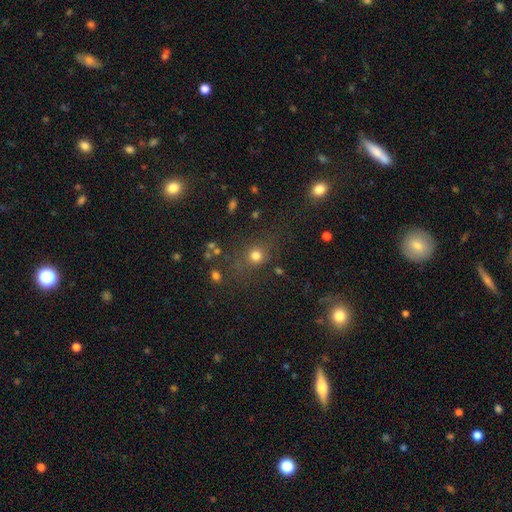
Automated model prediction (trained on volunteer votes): Smooth or featured?
  - smooth: 73% *
  - star or artifact: 19%
  - featured or disk: 9%
How rounded?
  - round: 82% *
  - in between: 16%
  - cigar-shaped: 2%
Merging?
  - none: 73% *
  - minor disturbance: 13%
  - major disturbance: 8%
  - merger: 6%